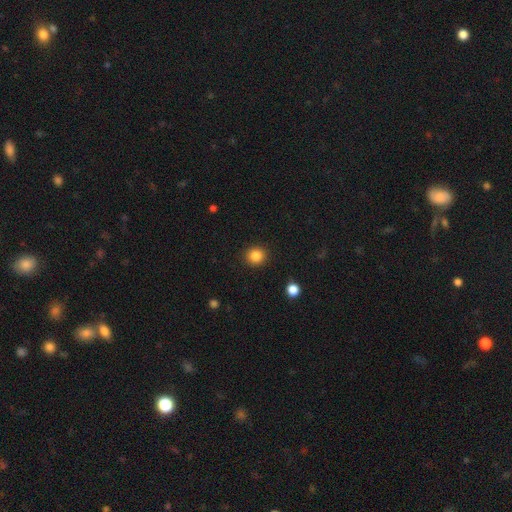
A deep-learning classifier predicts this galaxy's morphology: Overall: smooth (85%). How rounded: round (91%). Merging: none (91%).